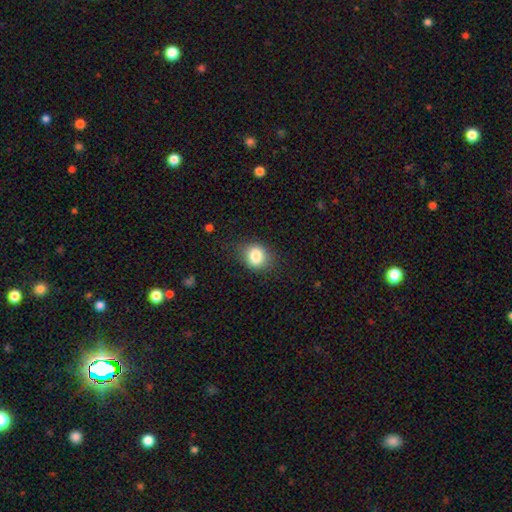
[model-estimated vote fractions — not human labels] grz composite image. It shows a smooth galaxy with no disk features (83%) that is round (59%). Merging: none (77%).